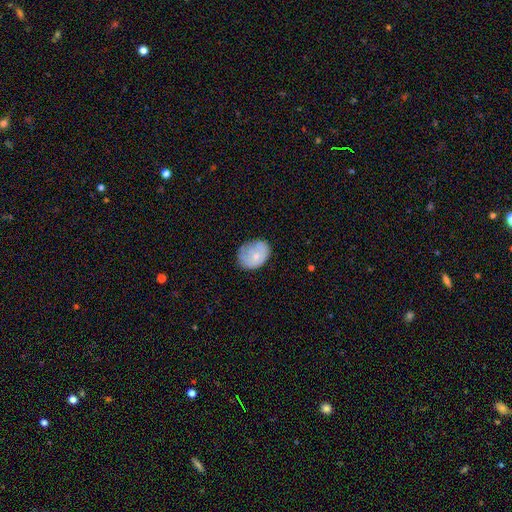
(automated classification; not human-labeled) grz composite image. It shows a smooth galaxy with no disk features (64%) that is in between round and cigar-shaped (58%). Merging: none (59%).